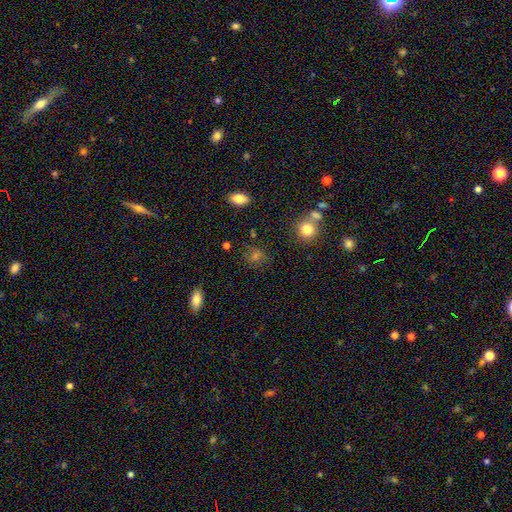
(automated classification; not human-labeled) Overall: smooth (55%; star or artifact 27%). How rounded: round (71%). Merging: none (77%).